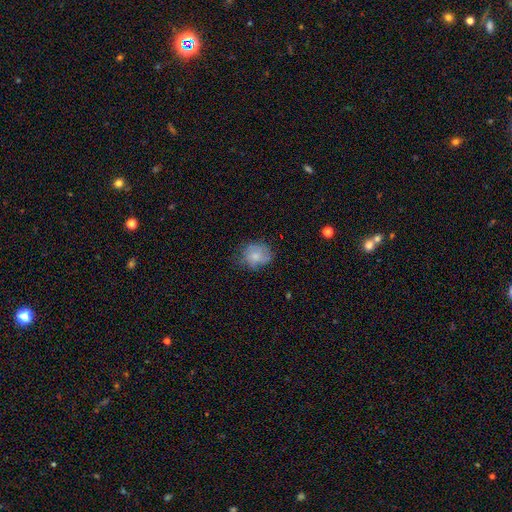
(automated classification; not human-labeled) The model was most divided on "how rounded": round: 67%, in between: 32%, cigar-shaped: 1%. More confident: smooth or featured — smooth (70%); merging — none (63%).